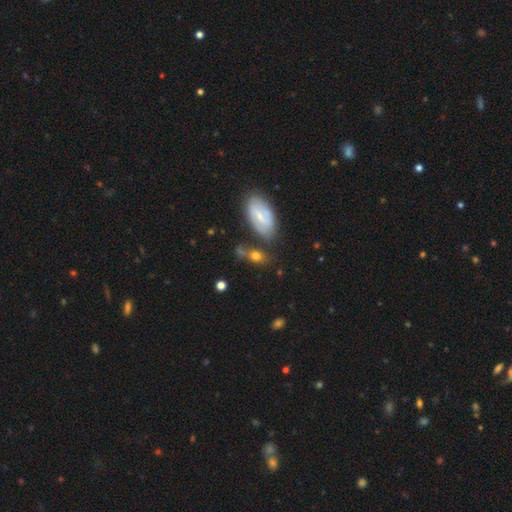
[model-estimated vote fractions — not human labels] smooth 62%, featured or disk 28%, star or artifact 10%. Down the decision tree: how rounded — in between (68%); merging — none (54%).